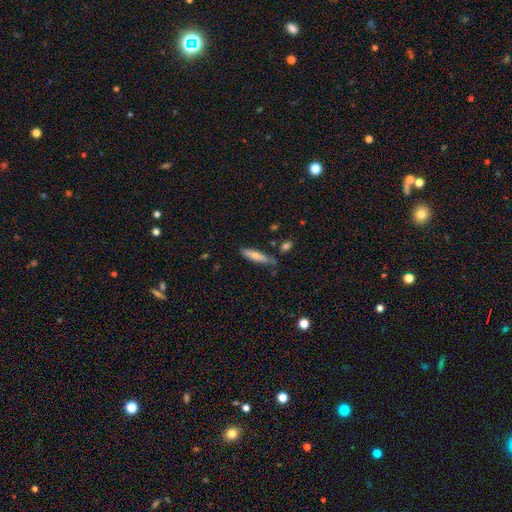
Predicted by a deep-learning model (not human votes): This appears to be a smooth galaxy with no disk features (70%) that is cigar-shaped (79%). Merging: none (73%).